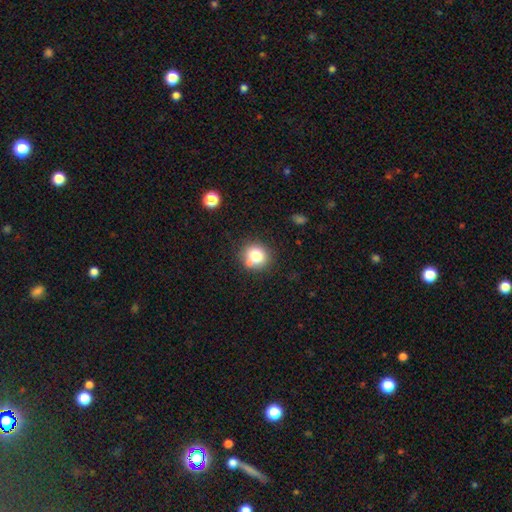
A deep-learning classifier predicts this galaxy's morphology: smooth_or_featured: smooth (p=0.76) [alt: star or artifact p=0.12]
how_rounded: round (p=0.86) [alt: in between p=0.14]
merging: none (p=0.70) [alt: merger p=0.15]